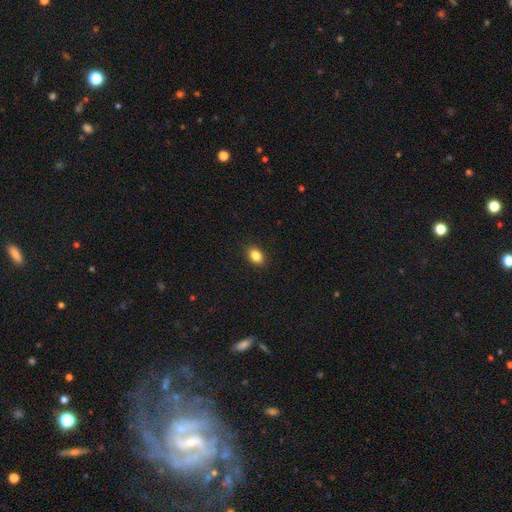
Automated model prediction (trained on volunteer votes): Smooth or featured?
  - smooth: 85% *
  - star or artifact: 9%
  - featured or disk: 6%
How rounded?
  - in between: 76% *
  - round: 23%
  - cigar-shaped: 1%
Merging?
  - none: 90% *
  - minor disturbance: 7%
  - major disturbance: 2%
  - merger: 1%